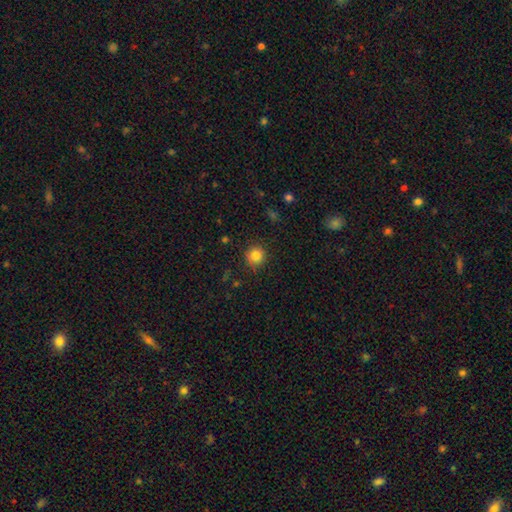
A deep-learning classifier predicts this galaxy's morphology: Smooth or featured: smooth — 84% (star or artifact — 11%)
How rounded: round — 93% (in between — 6%)
Merging: none — 87% (minor disturbance — 9%)